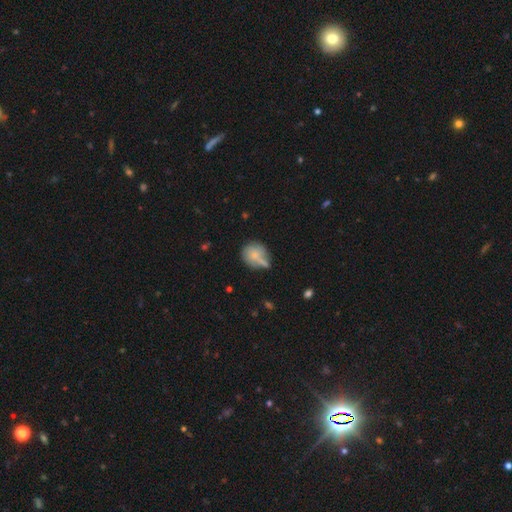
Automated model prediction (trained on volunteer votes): Smooth or featured? smooth (72%)
How rounded? round (76%)
Merging? none (49%)